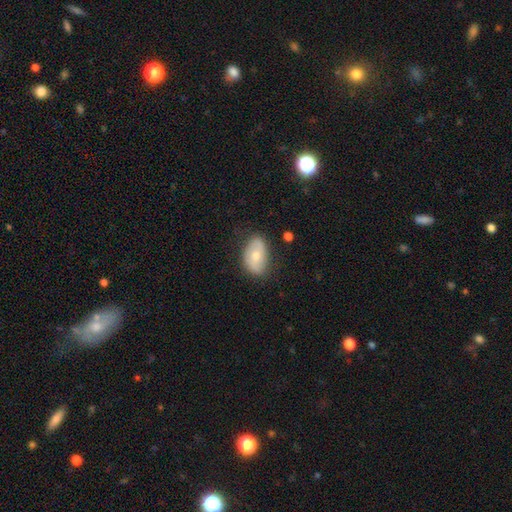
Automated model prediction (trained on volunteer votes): This is possibly a smooth galaxy (60%). How rounded: clearly in between (91%). Merging: likely none (74%).